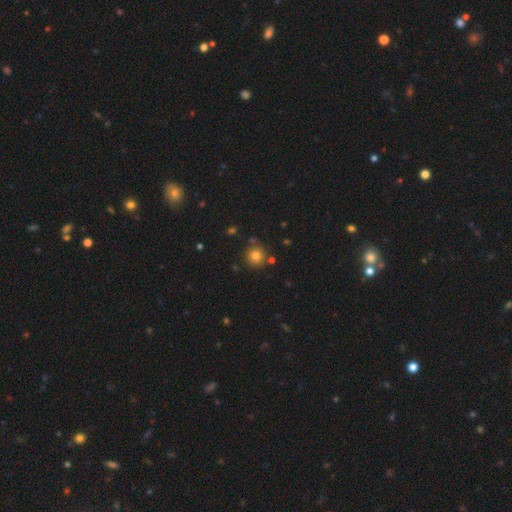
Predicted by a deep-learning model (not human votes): Smooth or featured: smooth — 79% (star or artifact — 14%)
How rounded: round — 93% (in between — 6%)
Merging: none — 83% (minor disturbance — 9%)